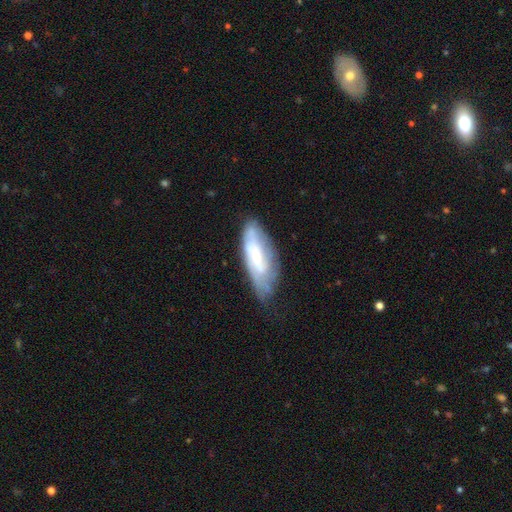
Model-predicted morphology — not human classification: featured or disk 53%, smooth 40%, star or artifact 7%. Down the decision tree: edge-on disk — no (78%); merging — none (55%).